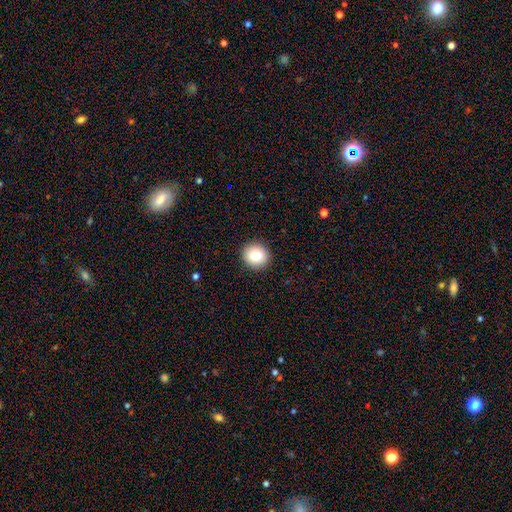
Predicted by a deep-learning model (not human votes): Overall: smooth (83%). How rounded: round (92%). Merging: none (92%).